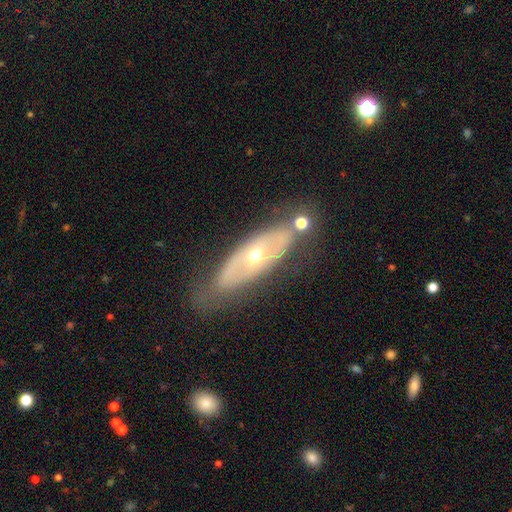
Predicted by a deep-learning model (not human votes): Smooth or featured? featured or disk (67%)
Edge-on disk? no (75%)
Merging? none (68%)